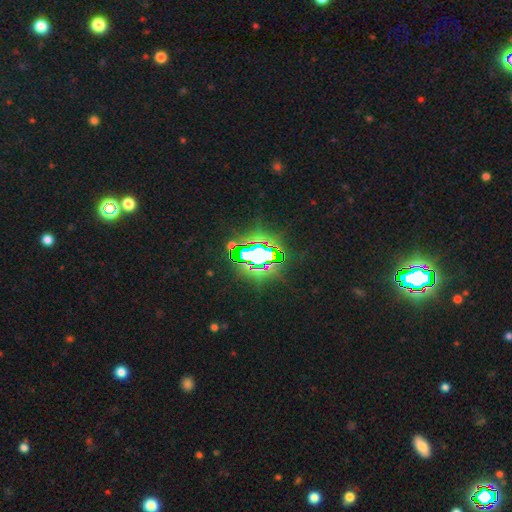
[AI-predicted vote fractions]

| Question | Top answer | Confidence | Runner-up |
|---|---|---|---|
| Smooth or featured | star or artifact | 75% | smooth (13%) |